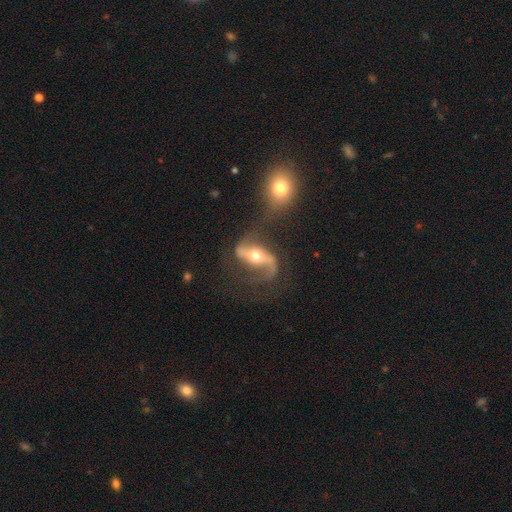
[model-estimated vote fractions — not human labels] This appears to be a featured or disk galaxy (86%) with a strong bar (52%), 2 (90%) loose (67%) spiral arms (93%) and a moderate central bulge (69%). Merging: none (53%).